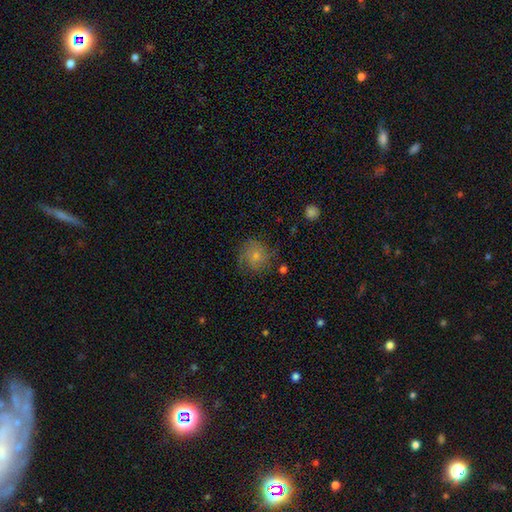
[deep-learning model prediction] Smooth or featured? smooth (61%)
How rounded? round (85%)
Merging? none (67%)